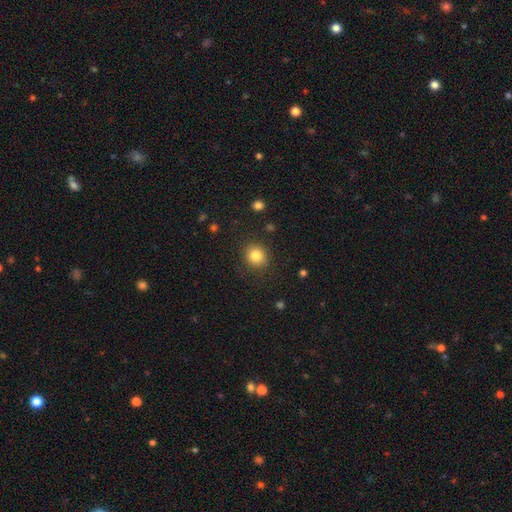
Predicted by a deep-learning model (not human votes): Smooth or featured? smooth (83%)
How rounded? round (80%)
Merging? none (87%)